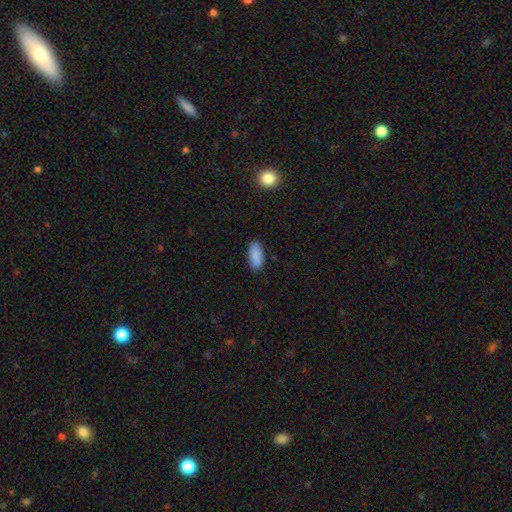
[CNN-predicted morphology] smooth_or_featured: smooth (p=0.89) [alt: star or artifact p=0.07]
how_rounded: in between (p=0.88) [alt: cigar-shaped p=0.10]
merging: none (p=0.85) [alt: minor disturbance p=0.11]